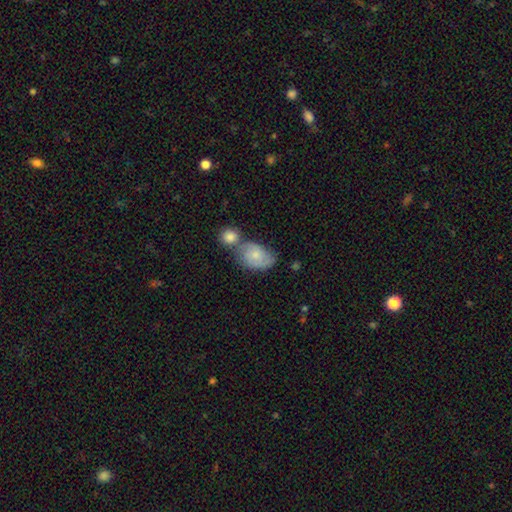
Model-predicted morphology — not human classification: type=smooth (59%); roundness=in between (77%); merging=merger (39%).